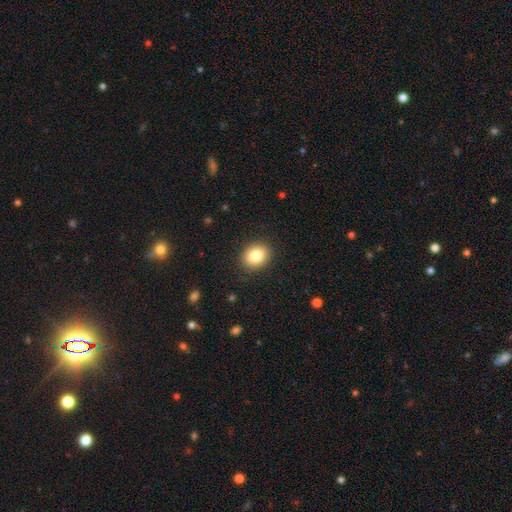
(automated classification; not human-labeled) smooth 83%, star or artifact 9%, featured or disk 8%. Down the decision tree: how rounded — round (52%); merging — none (89%).